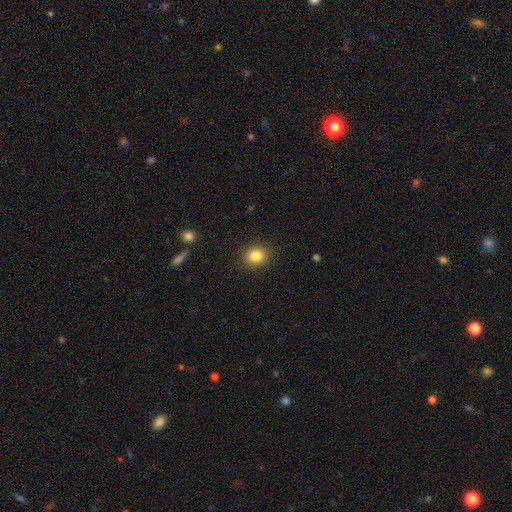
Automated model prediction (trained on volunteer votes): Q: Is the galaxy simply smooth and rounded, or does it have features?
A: smooth — 84%.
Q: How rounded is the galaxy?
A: round — 77%.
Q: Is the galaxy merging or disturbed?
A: none — 89%.